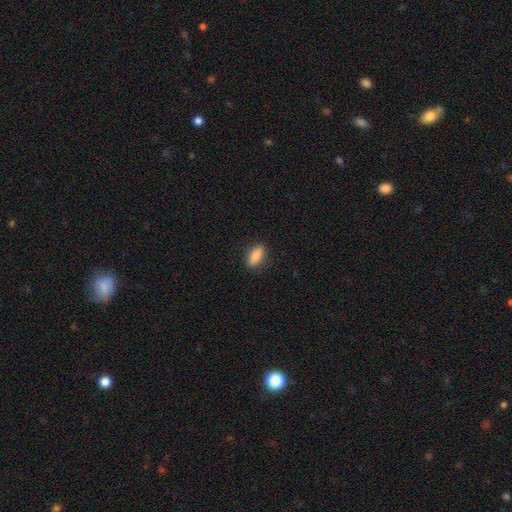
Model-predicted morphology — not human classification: type=smooth (85%); roundness=in between (76%); merging=none (87%).